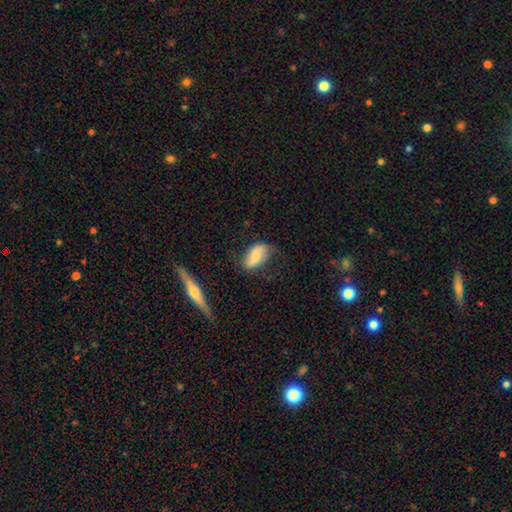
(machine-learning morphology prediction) A smooth galaxy with no disk features (47%). Merging: none (60%).